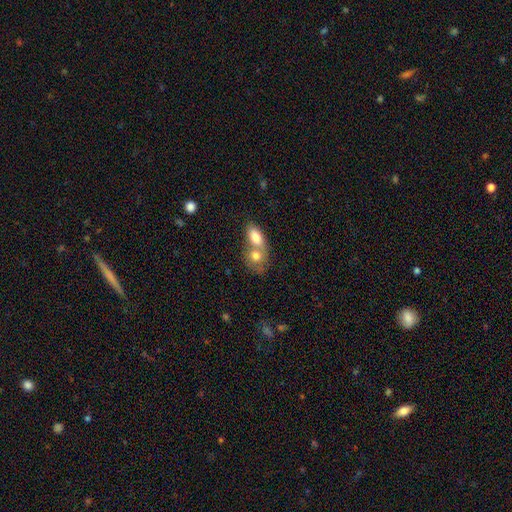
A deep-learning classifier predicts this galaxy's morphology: Smooth or featured?
  - smooth: 78% *
  - featured or disk: 15%
  - star or artifact: 7%
How rounded?
  - in between: 65% *
  - round: 32%
  - cigar-shaped: 3%
Merging?
  - merger: 69% *
  - none: 21%
  - minor disturbance: 6%
  - major disturbance: 3%